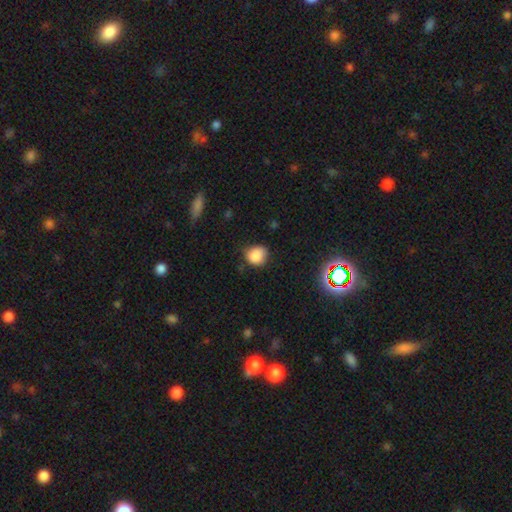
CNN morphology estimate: Smooth or featured? Predicted: smooth (p=0.84). How rounded? Predicted: round (p=0.76). Merging? Predicted: none (p=0.64).